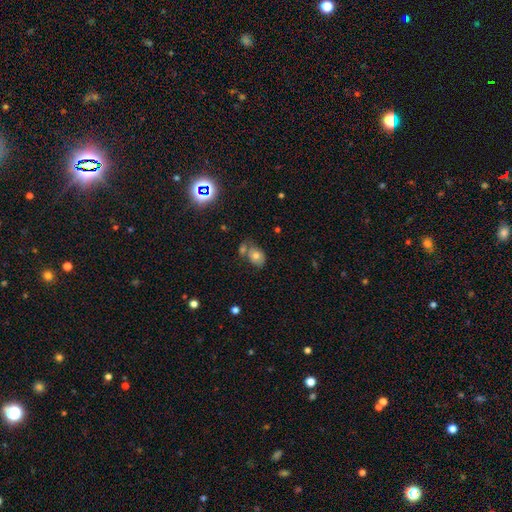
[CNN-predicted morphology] The model was most divided on "merging": none: 44%, merger: 31%, minor disturbance: 18%, major disturbance: 7%. More confident: smooth or featured — smooth (70%); how rounded — in between (69%).